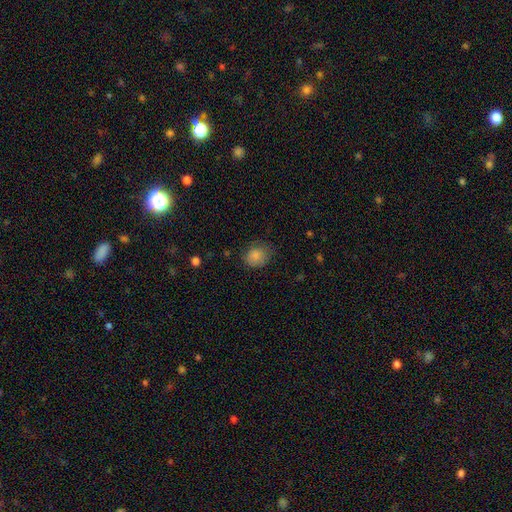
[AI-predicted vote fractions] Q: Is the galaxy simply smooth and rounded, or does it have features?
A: smooth — 84%.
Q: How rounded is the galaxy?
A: round — 66%.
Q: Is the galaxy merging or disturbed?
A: none — 69%.